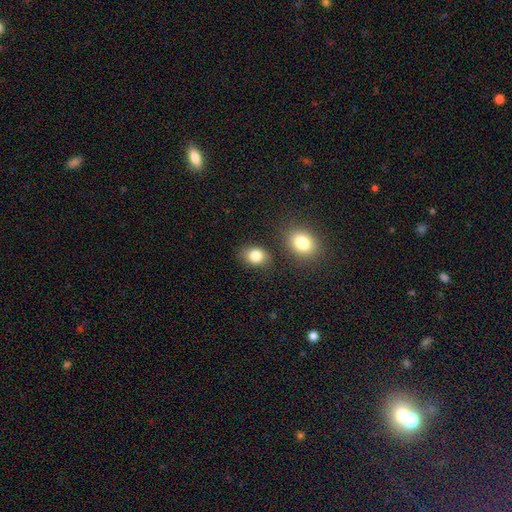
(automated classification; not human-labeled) Overall: smooth (83%). How rounded: in between (66%; round 33%). Merging: none (76%).